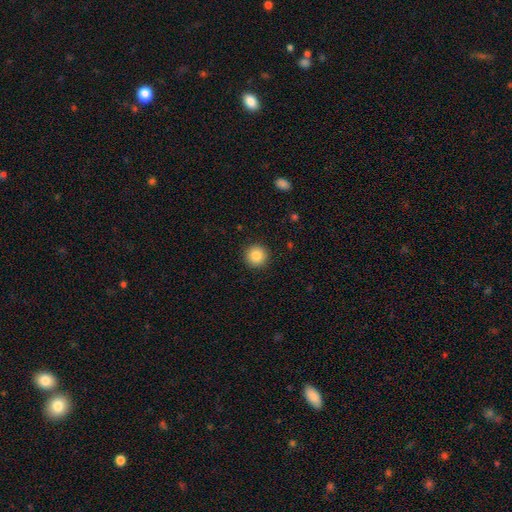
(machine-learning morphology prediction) smooth_or_featured: smooth (p=0.85) [alt: star or artifact p=0.09]
how_rounded: round (p=0.96) [alt: in between p=0.03]
merging: none (p=0.92) [alt: minor disturbance p=0.05]